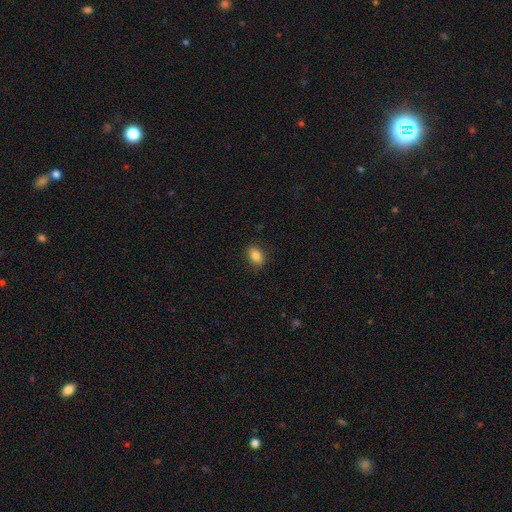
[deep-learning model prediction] Q: Smooth or featured?
A: smooth (84%); runner-up: star or artifact (9%)
Q: How rounded?
A: in between (78%); runner-up: round (21%)
Q: Merging?
A: none (87%); runner-up: minor disturbance (9%)